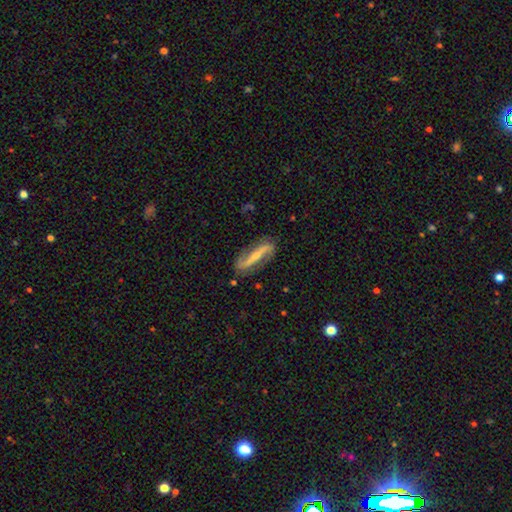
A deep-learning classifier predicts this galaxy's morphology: type=featured or disk (81%); edge-on=no (80%); bar=strong (61%); spiral arms=yes (90%); winding=loose (63%); arm count=2 (91%); bulge=small (59%); merging=none (81%).